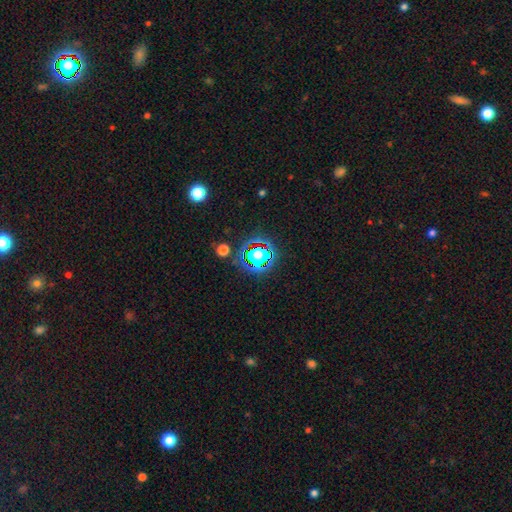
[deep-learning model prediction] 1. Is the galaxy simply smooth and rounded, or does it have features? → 78% star or artifact, 14% smooth, 8% featured or disk.